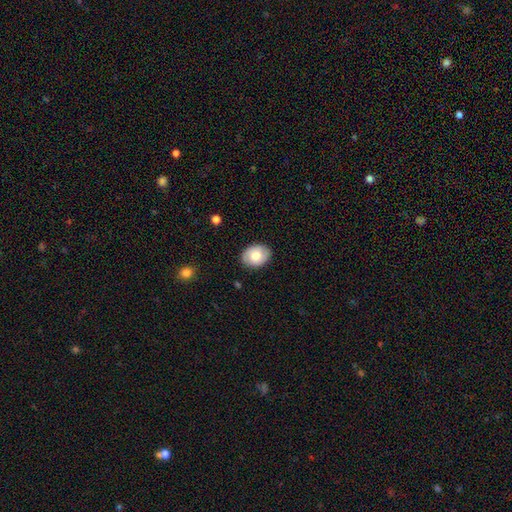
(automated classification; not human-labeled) Smooth or featured? smooth (73%)
How rounded? in between (69%)
Merging? none (86%)